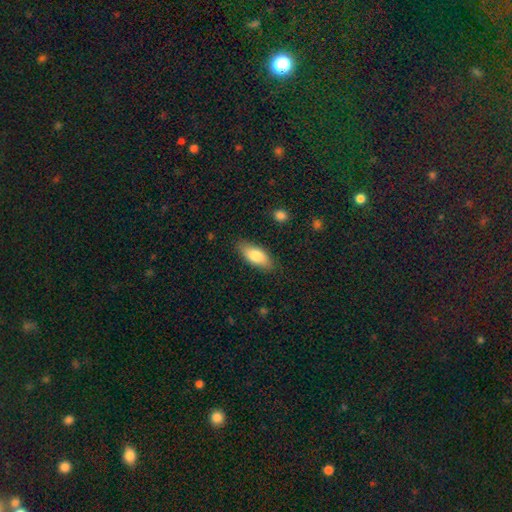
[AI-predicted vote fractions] Smooth or featured?
  - smooth: 80% *
  - featured or disk: 14%
  - star or artifact: 6%
How rounded?
  - in between: 83% *
  - cigar-shaped: 14%
  - round: 2%
Merging?
  - none: 84% *
  - minor disturbance: 12%
  - major disturbance: 3%
  - merger: 1%